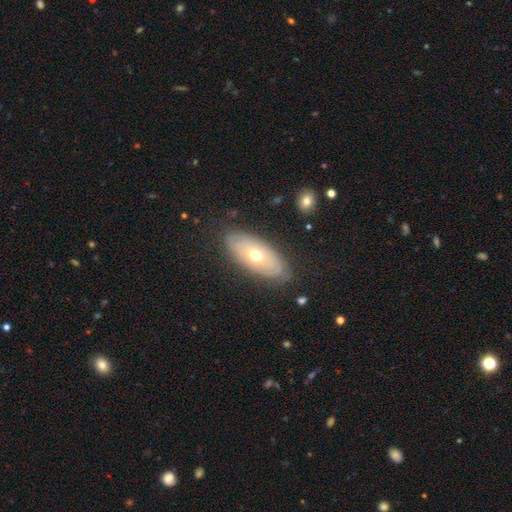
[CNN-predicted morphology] Smooth or featured?
  - featured or disk: 57% *
  - smooth: 36%
  - star or artifact: 7%
Edge-on disk?
  - no: 82% *
  - yes: 18%
Merging?
  - none: 82% *
  - minor disturbance: 13%
  - major disturbance: 4%
  - merger: 1%